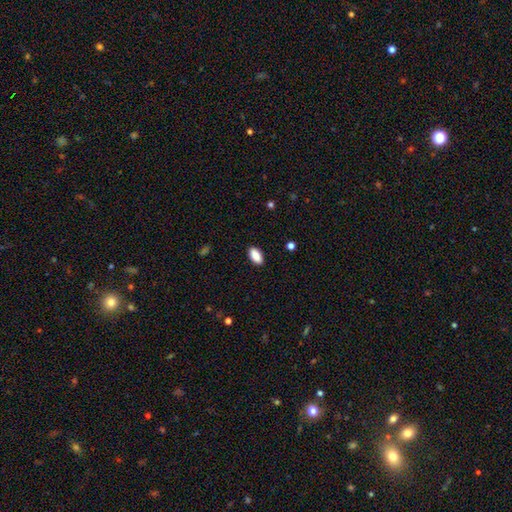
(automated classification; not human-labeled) Overall: smooth (89%). How rounded: in between (92%). Merging: none (89%).